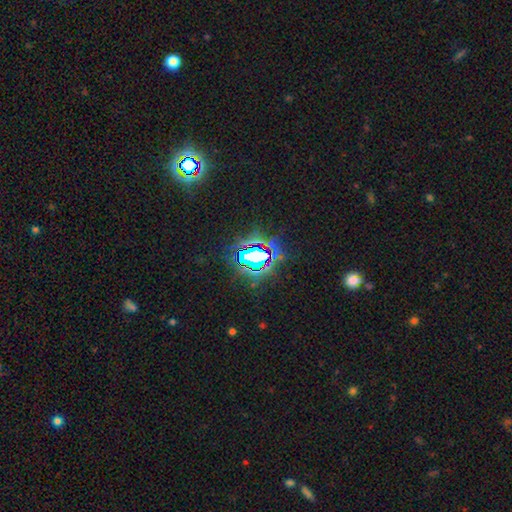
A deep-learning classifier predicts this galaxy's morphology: Q: Smooth or featured?
A: star or artifact (77%); runner-up: smooth (13%)